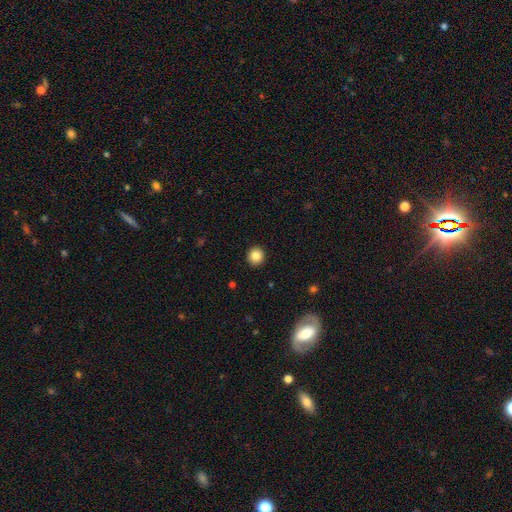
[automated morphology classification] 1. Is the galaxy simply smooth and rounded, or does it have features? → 85% smooth, 10% star or artifact, 5% featured or disk.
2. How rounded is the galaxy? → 92% round, 7% in between, 1% cigar-shaped.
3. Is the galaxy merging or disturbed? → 92% none, 5% minor disturbance, 2% major disturbance, 1% merger.